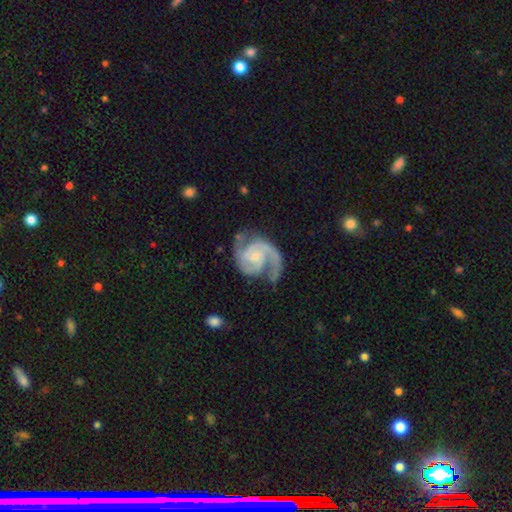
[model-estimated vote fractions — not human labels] Overall: featured or disk (92%). Edge-on disk: no (98%). Bar: no (59%; weak 34%). Spiral arms: yes (98%). Spiral arm count: 2 (77%). Spiral winding: medium (50%; tight 40%). Bulge size: small (65%). Merging: none (63%).